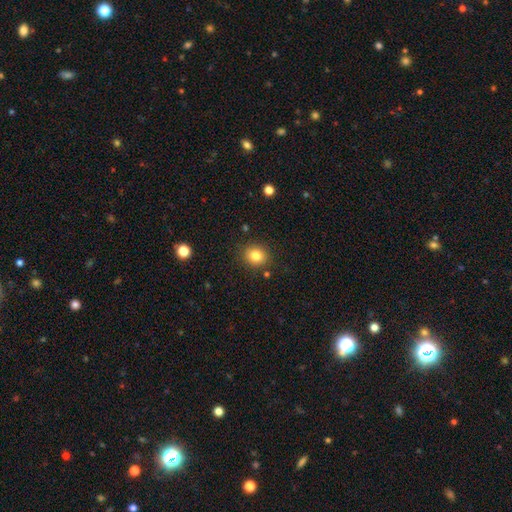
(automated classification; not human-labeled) Smooth or featured? smooth (82%)
How rounded? round (78%)
Merging? none (87%)